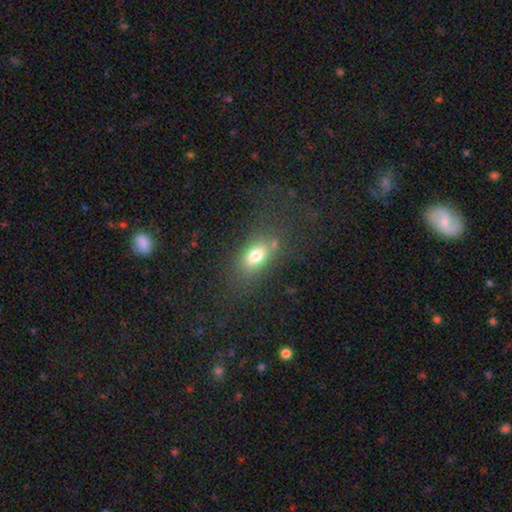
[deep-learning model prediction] A smooth galaxy with no disk features (74%) that is in between round and cigar-shaped (81%). Merging: none (69%).